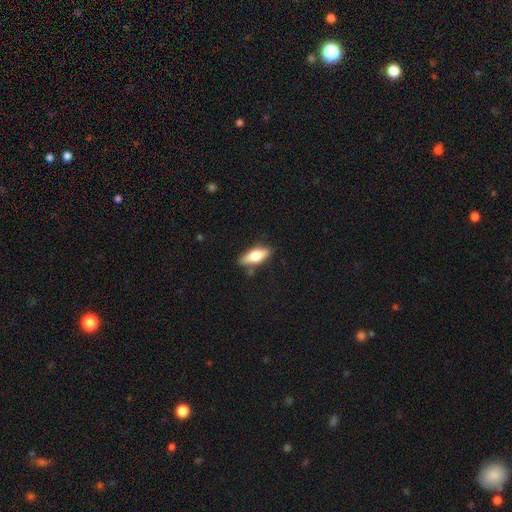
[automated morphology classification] type=smooth (63%); roundness=in between (69%); merging=none (80%).